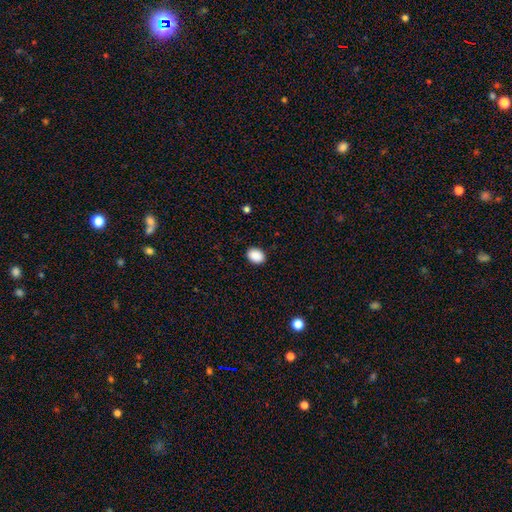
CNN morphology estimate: smooth_or_featured: smooth (p=0.90) [alt: star or artifact p=0.08]
how_rounded: in between (p=0.68) [alt: round p=0.31]
merging: none (p=0.90) [alt: minor disturbance p=0.07]